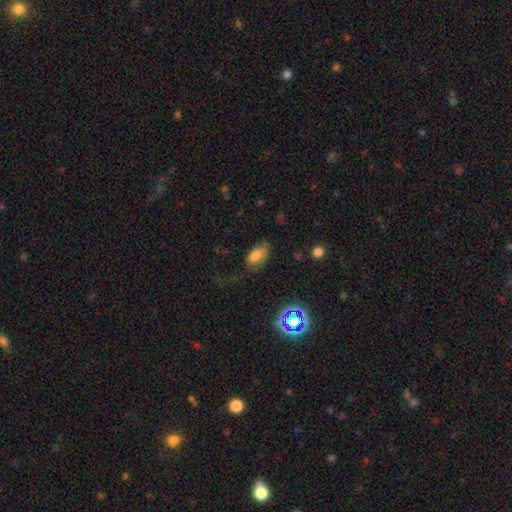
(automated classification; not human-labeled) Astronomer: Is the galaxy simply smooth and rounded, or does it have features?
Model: smooth — 76%.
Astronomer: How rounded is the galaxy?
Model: in between — 92%.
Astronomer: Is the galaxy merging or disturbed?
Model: none — 49% (runner-up: minor disturbance, 27%).